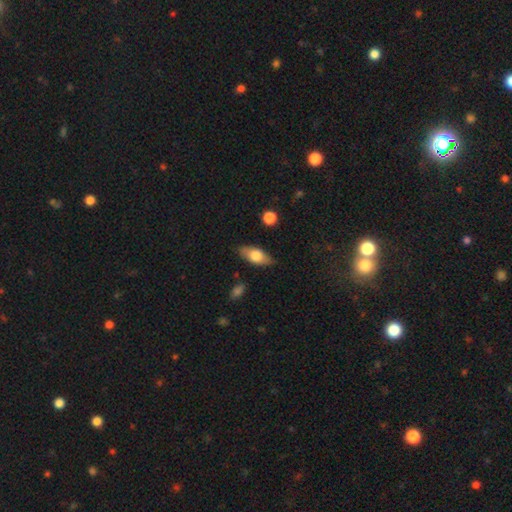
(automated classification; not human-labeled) smooth-or-featured: smooth: 68% | featured or disk: 26% | star or artifact: 6%
  how-rounded: in between: 84% | cigar-shaped: 13% | round: 4%
  merging: none: 80% | minor disturbance: 15% | major disturbance: 3% | merger: 2%